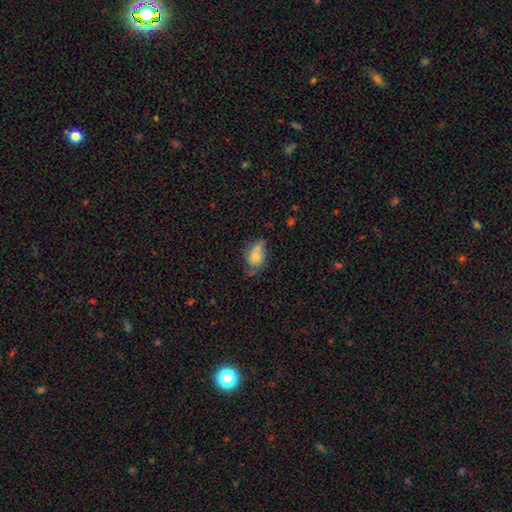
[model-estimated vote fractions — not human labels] A smooth galaxy with no disk features (66%) that is in between round and cigar-shaped (73%). Merging: none (42%).